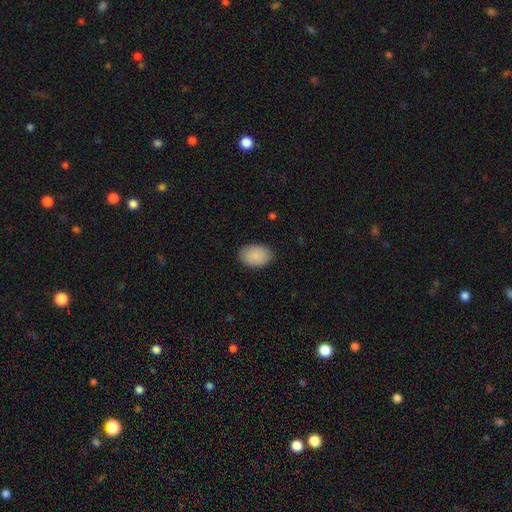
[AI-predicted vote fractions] Q: Smooth or featured?
A: smooth (90%); runner-up: star or artifact (7%)
Q: How rounded?
A: in between (85%); runner-up: round (14%)
Q: Merging?
A: none (88%); runner-up: minor disturbance (9%)